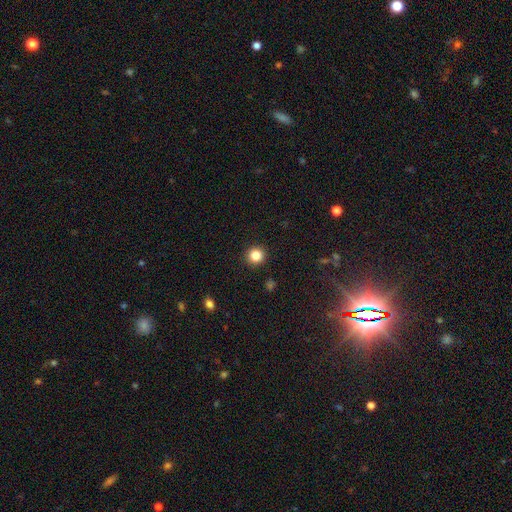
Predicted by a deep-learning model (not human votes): smooth 84%, star or artifact 11%, featured or disk 4%. Down the decision tree: how rounded — round (94%); merging — none (92%).